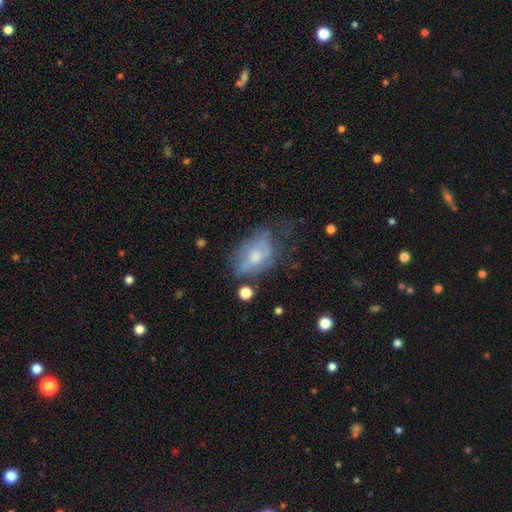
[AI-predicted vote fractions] This appears to be a featured or disk galaxy (46%). Merging: none (34%).